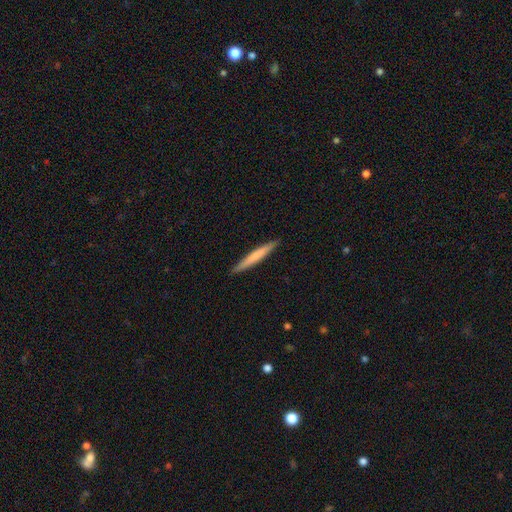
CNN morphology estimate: smooth 62%, featured or disk 33%, star or artifact 5%. Down the decision tree: how rounded — cigar-shaped (96%); merging — none (92%).